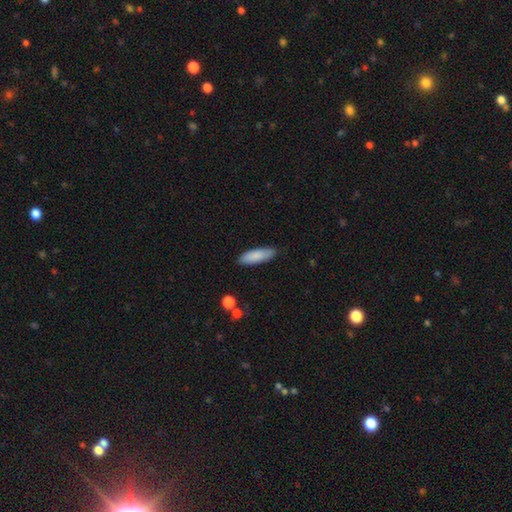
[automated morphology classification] The model was most divided on "how rounded" (2-way tie): in between: 49%, cigar-shaped: 49%, round: 2%. More confident: smooth or featured — smooth (86%); merging — none (85%).